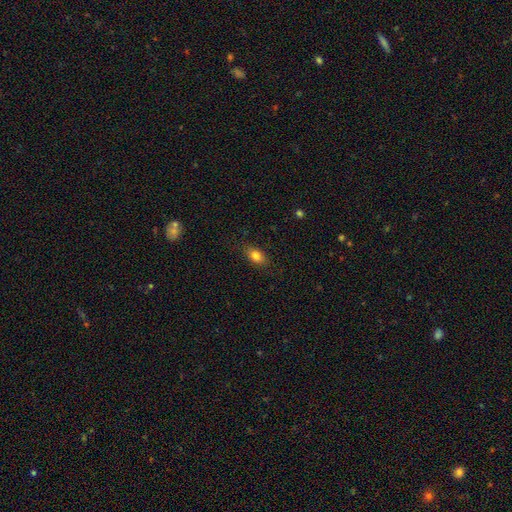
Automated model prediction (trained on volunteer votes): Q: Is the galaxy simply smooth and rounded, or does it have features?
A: smooth — 81%.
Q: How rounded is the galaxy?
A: in between — 83%.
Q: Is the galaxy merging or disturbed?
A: none — 83%.